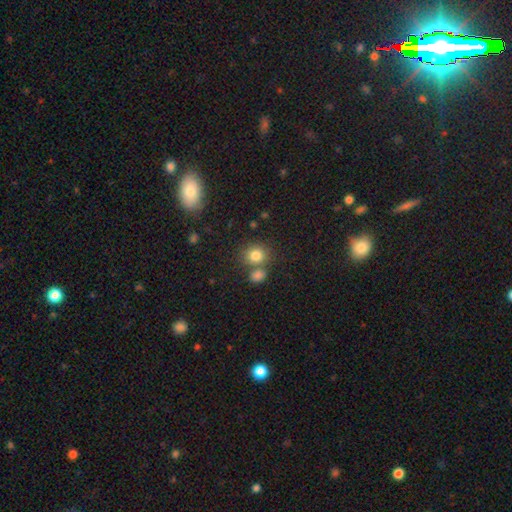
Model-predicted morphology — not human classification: Smooth or featured: smooth — 82% (star or artifact — 11%)
How rounded: round — 78% (in between — 21%)
Merging: none — 61% (merger — 26%)